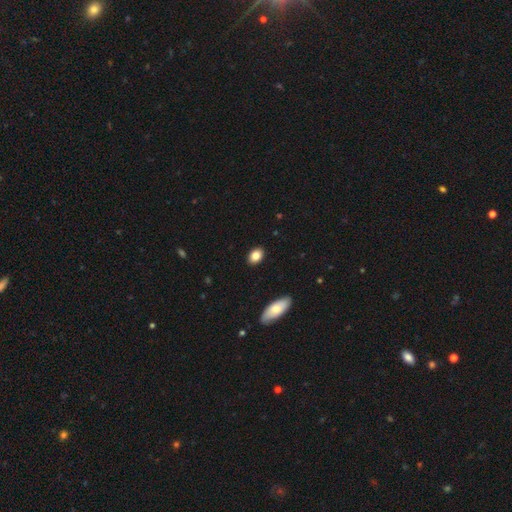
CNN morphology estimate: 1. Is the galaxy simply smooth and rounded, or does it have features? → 84% smooth, 8% featured or disk, 8% star or artifact.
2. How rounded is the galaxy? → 82% in between, 16% round, 2% cigar-shaped.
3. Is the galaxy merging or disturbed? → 89% none, 8% minor disturbance, 2% major disturbance, 1% merger.